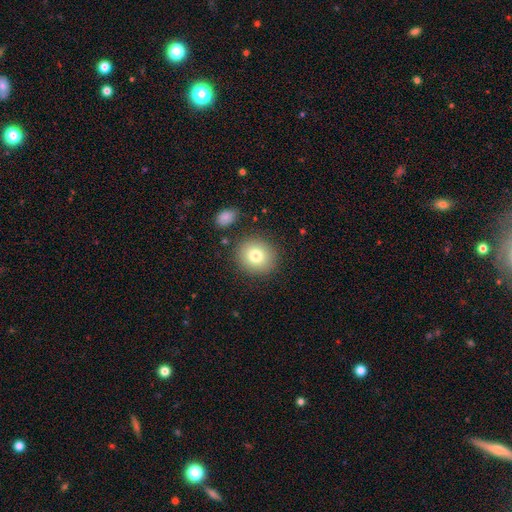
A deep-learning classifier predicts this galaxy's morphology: A smooth galaxy with no disk features (79%) that is round (84%). Merging: none (85%).